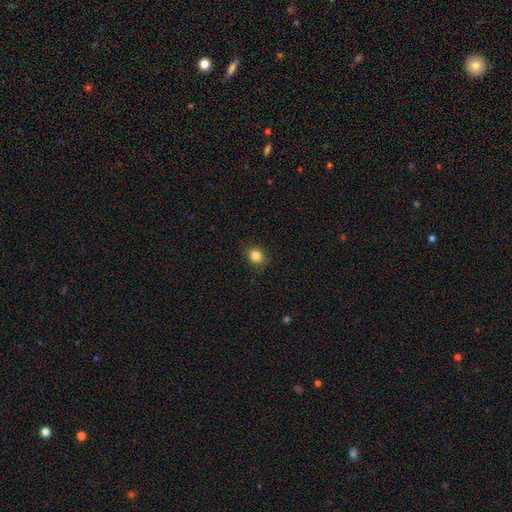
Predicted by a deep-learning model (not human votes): smooth 84%, star or artifact 11%, featured or disk 5%. Down the decision tree: how rounded — round (69%); merging — none (87%).